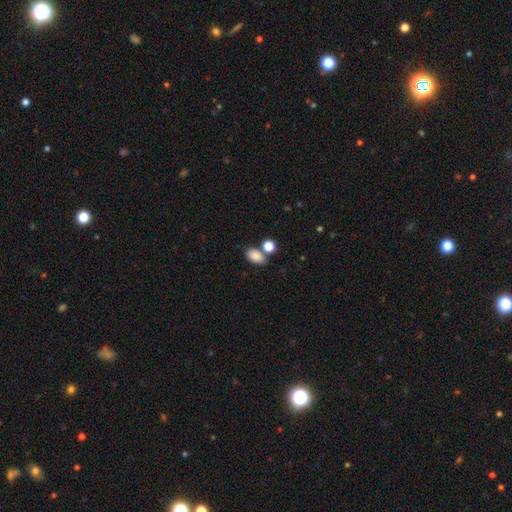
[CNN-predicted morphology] type=smooth (86%); roundness=in between (85%); merging=none (60%).